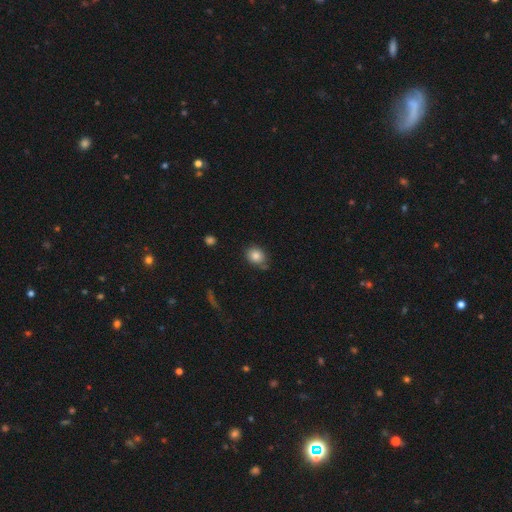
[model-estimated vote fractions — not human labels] A smooth galaxy with no disk features (84%) that is round (55%). Merging: none (73%).